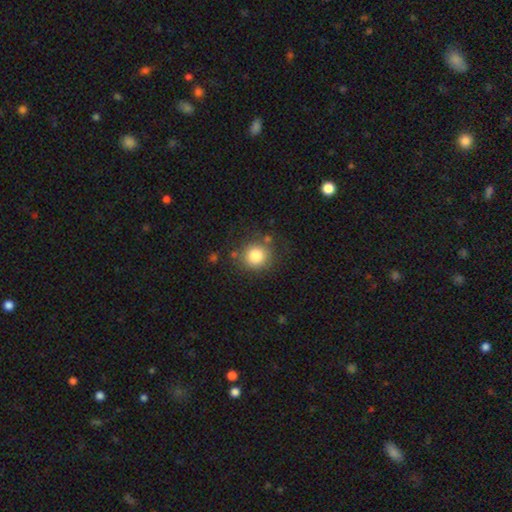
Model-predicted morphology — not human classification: Smooth or featured: smooth — 81% (star or artifact — 10%)
How rounded: round — 89% (in between — 10%)
Merging: none — 79% (minor disturbance — 12%)